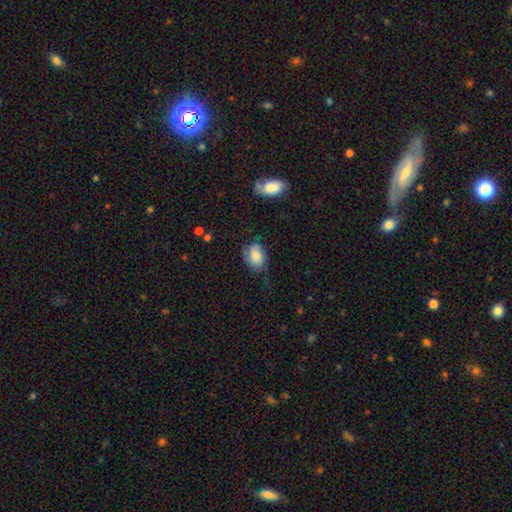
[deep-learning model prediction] The model was most divided on "merging": none: 50%, minor disturbance: 32%, major disturbance: 16%, merger: 2%. More confident: how rounded — in between (70%); smooth or featured — smooth (67%).